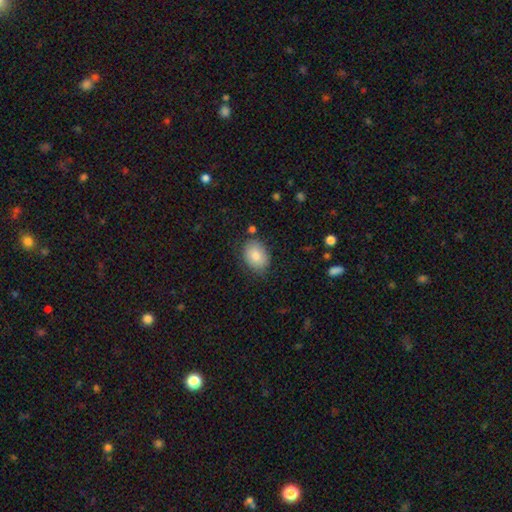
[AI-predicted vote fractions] Smooth or featured?
  - smooth: 83% *
  - featured or disk: 10%
  - star or artifact: 7%
How rounded?
  - in between: 72% *
  - round: 27%
  - cigar-shaped: 1%
Merging?
  - none: 79% *
  - minor disturbance: 15%
  - major disturbance: 3%
  - merger: 2%